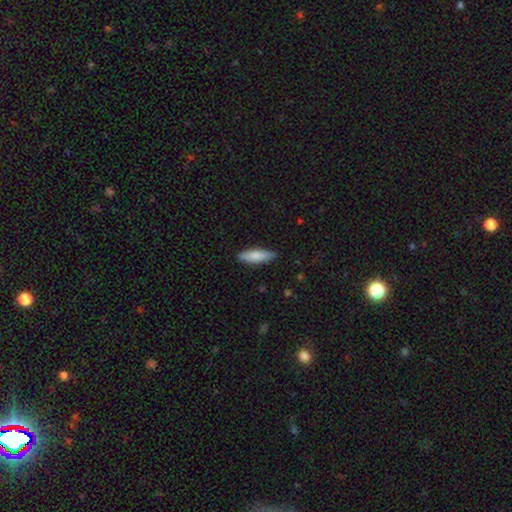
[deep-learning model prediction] Smooth or featured?
  - smooth: 79% *
  - featured or disk: 16%
  - star or artifact: 6%
How rounded?
  - cigar-shaped: 59% *
  - in between: 40%
  - round: 2%
Merging?
  - none: 86% *
  - minor disturbance: 11%
  - major disturbance: 2%
  - merger: 1%